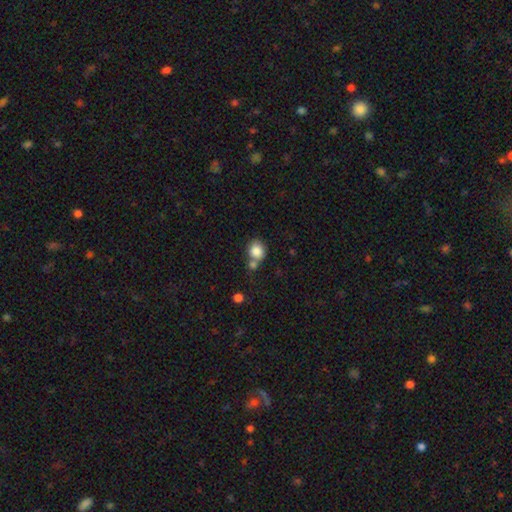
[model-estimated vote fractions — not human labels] Smooth or featured: smooth — 78% (star or artifact — 14%)
How rounded: round — 75% (in between — 24%)
Merging: none — 61% (merger — 23%)